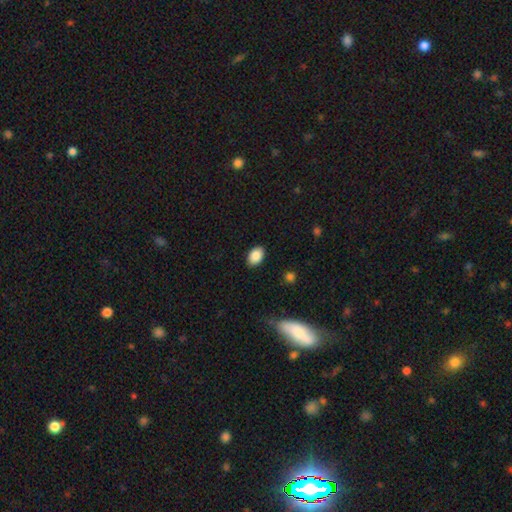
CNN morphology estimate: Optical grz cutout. It shows a smooth galaxy with no disk features (87%) that is in between round and cigar-shaped (85%). Merging: none (88%).